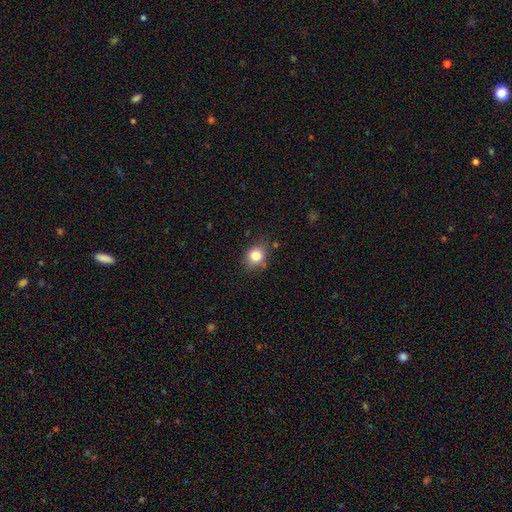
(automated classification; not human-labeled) smooth 81%, star or artifact 11%, featured or disk 8%. Down the decision tree: how rounded — round (59%); merging — none (76%).